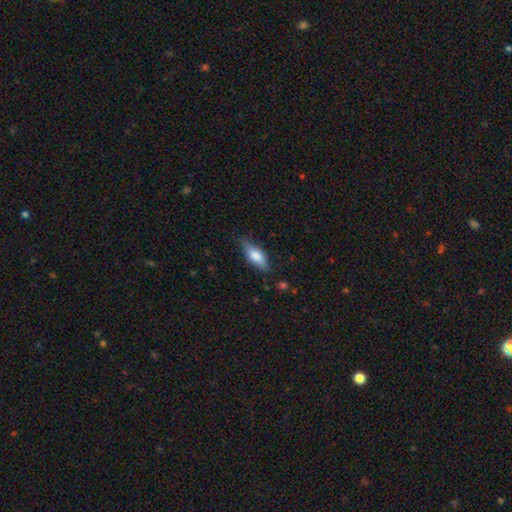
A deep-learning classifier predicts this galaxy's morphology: Smooth or featured?
  - smooth: 71% *
  - featured or disk: 22%
  - star or artifact: 7%
How rounded?
  - in between: 66% *
  - cigar-shaped: 32%
  - round: 2%
Merging?
  - none: 72% *
  - minor disturbance: 21%
  - major disturbance: 5%
  - merger: 2%